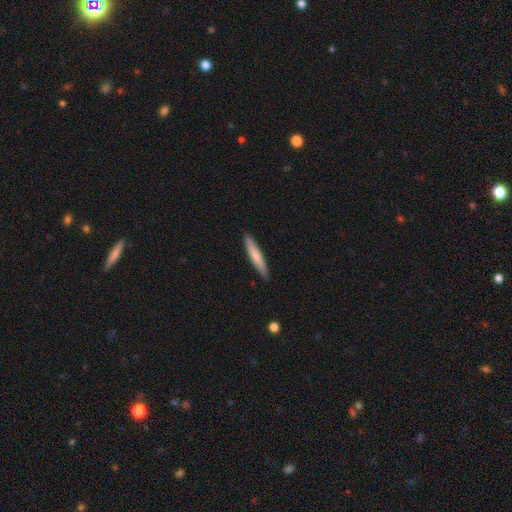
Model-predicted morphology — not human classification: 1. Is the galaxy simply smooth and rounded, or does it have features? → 74% smooth, 21% featured or disk, 5% star or artifact.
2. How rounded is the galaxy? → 91% cigar-shaped, 8% in between, 1% round.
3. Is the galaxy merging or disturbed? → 90% none, 8% minor disturbance, 1% major disturbance, 1% merger.